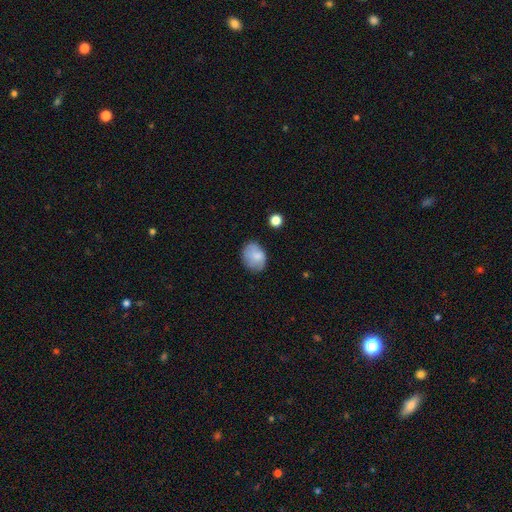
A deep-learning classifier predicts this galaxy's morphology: A smooth galaxy with no disk features (77%) that is in between round and cigar-shaped (65%).

Vote fractions:
- Smooth or featured? smooth: 77% / featured or disk: 16% / star or artifact: 8%
- How rounded? in between: 65% / round: 34% / cigar-shaped: 1%
- Merging? none: 67% / minor disturbance: 24% / major disturbance: 6% / merger: 2%